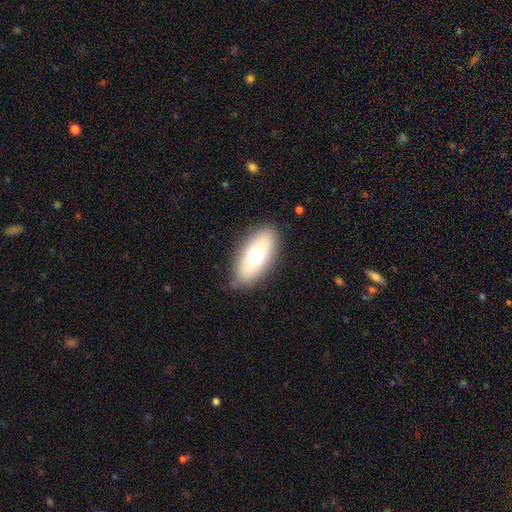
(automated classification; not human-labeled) smooth_or_featured: smooth (p=0.67) [alt: featured or disk p=0.24]
how_rounded: in between (p=0.87) [alt: cigar-shaped p=0.07]
merging: none (p=0.84) [alt: minor disturbance p=0.11]